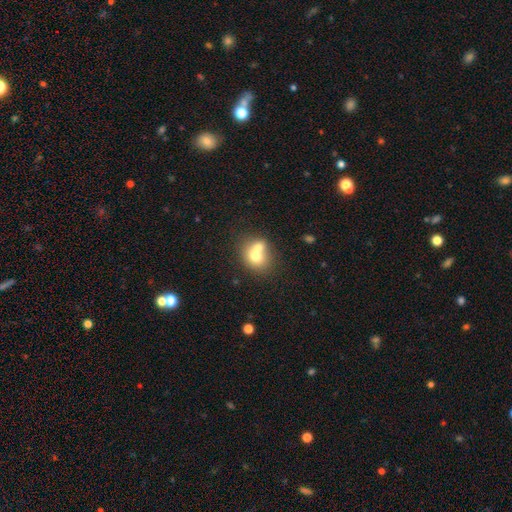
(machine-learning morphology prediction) A smooth galaxy with no disk features (68%) that is round (66%). Merging: merger (60%).